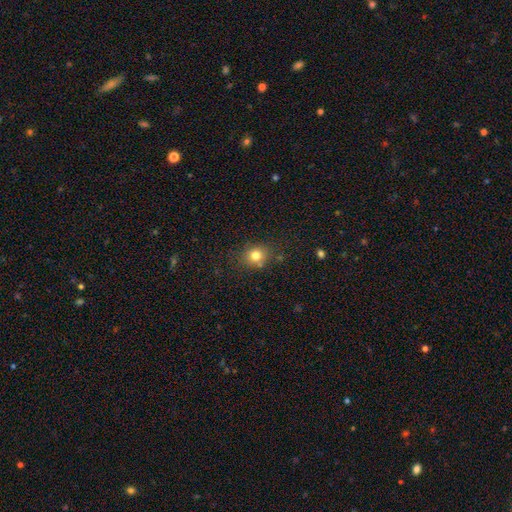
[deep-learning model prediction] smooth_or_featured: smooth (p=0.78) [alt: star or artifact p=0.13]
how_rounded: round (p=0.72) [alt: in between p=0.28]
merging: none (p=0.77) [alt: minor disturbance p=0.14]